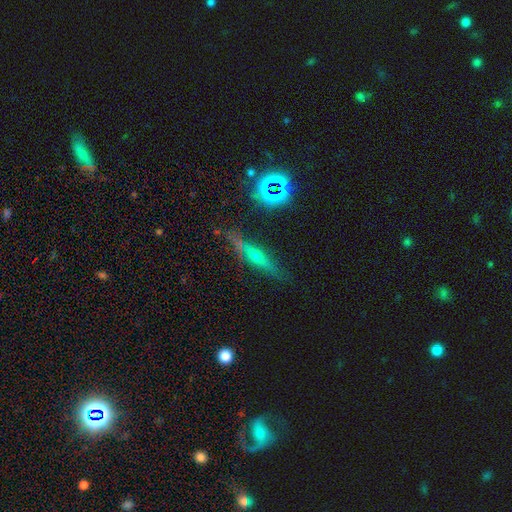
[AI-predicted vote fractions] Smooth or featured? featured or disk (51%)
Edge-on disk? yes (87%)
Merging? none (79%)